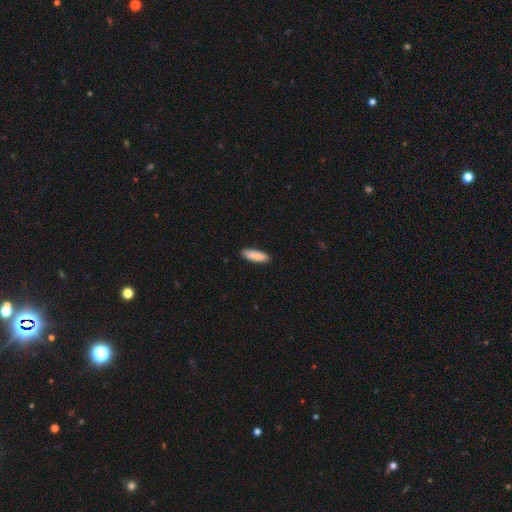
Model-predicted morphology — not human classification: A smooth galaxy with no disk features (89%) that is cigar-shaped (57%). Merging: none (89%).